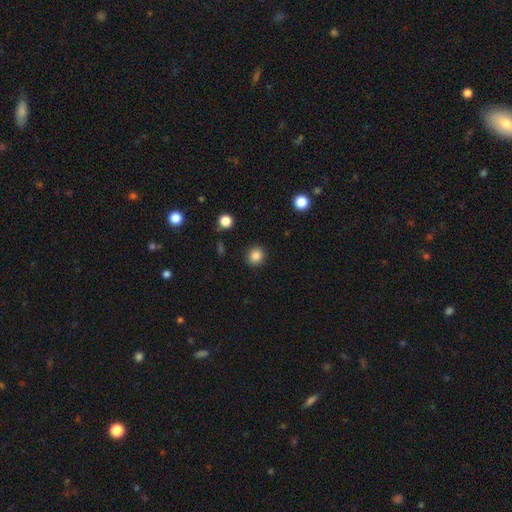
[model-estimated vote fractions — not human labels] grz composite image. It shows a smooth galaxy with no disk features (86%) that is round (87%). Merging: none (91%).